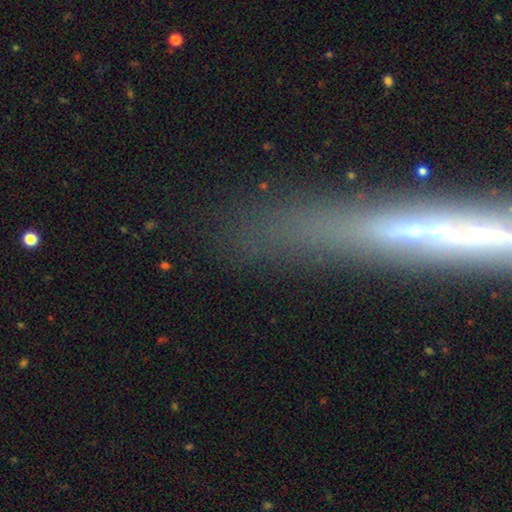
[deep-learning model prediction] featured or disk 50%, smooth 28%, star or artifact 22%. Down the decision tree: merging — none (63%).